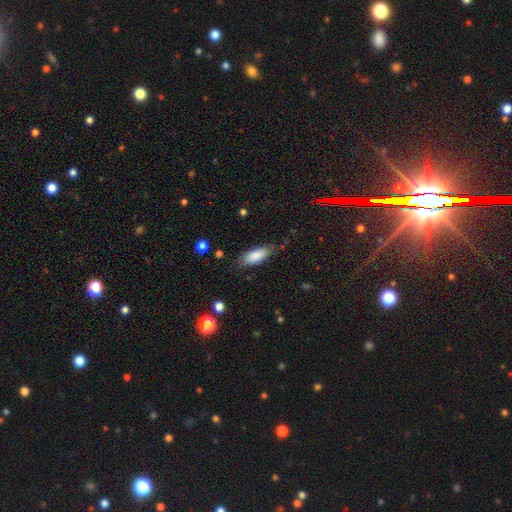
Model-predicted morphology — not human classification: The model was most divided on "how rounded": in between: 76%, cigar-shaped: 23%, round: 2%. More confident: smooth or featured — smooth (84%); merging — none (75%).